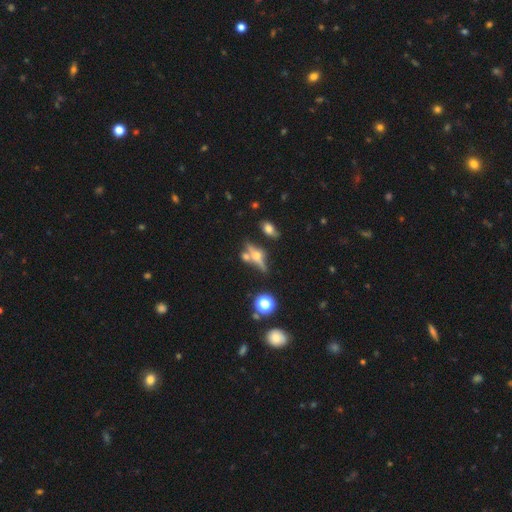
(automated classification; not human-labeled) A featured or disk galaxy (62%) viewed edge-on (88%) with a rounded central bulge (92%). Merging: none (61%).